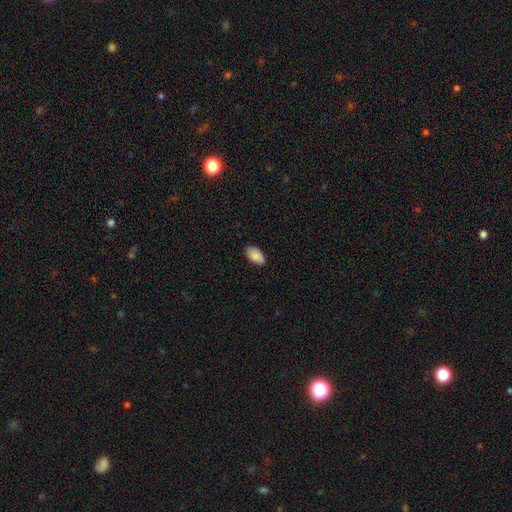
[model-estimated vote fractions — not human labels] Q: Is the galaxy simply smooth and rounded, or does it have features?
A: smooth — 88%.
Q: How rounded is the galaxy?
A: in between — 95%.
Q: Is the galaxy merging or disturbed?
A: none — 85%.